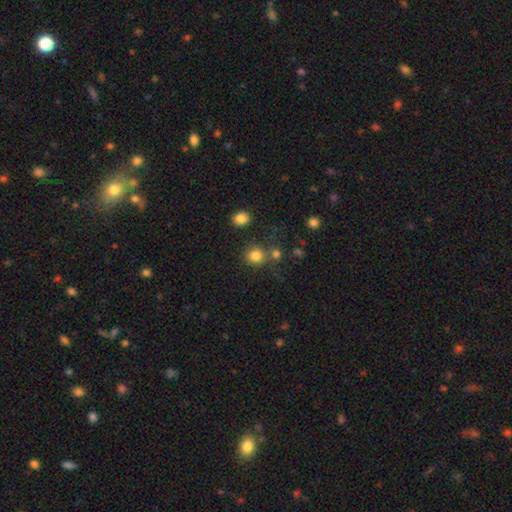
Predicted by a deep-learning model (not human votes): Q: Smooth or featured?
A: smooth (82%); runner-up: star or artifact (12%)
Q: How rounded?
A: round (83%); runner-up: in between (16%)
Q: Merging?
A: none (69%); runner-up: merger (17%)